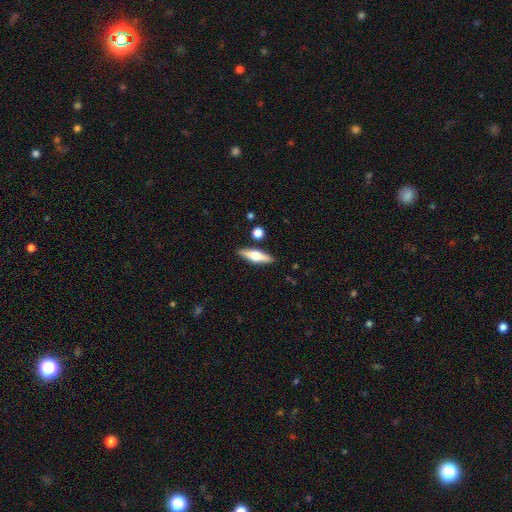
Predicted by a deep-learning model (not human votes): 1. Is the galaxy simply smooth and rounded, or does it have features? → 48% smooth, 46% featured or disk, 7% star or artifact.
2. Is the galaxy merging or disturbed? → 86% none, 8% minor disturbance, 4% merger, 2% major disturbance.